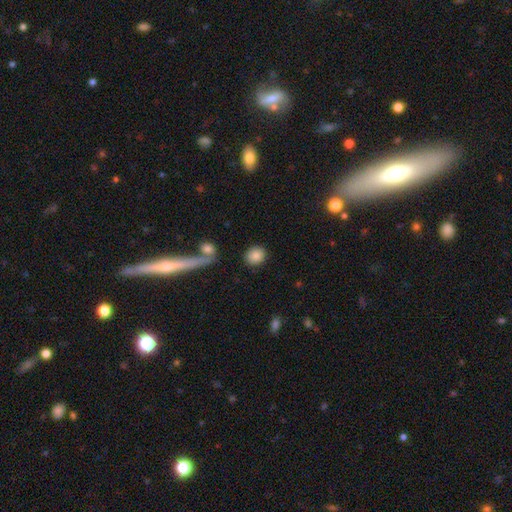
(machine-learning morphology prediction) type=smooth (85%); roundness=round (75%); merging=none (83%).